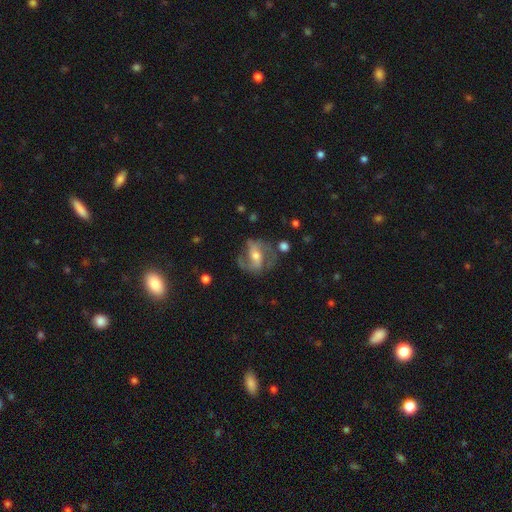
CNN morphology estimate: type=featured or disk (78%); edge-on=no (94%); bar=strong (46%); spiral arms=yes (87%); winding=medium (47%); arm count=2 (80%); bulge=moderate (59%); merging=none (63%).